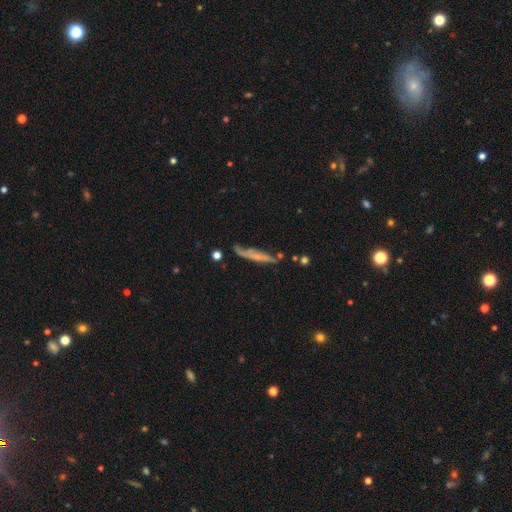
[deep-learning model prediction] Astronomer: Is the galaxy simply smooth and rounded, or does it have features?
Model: featured or disk — 52% (runner-up: smooth, 40%).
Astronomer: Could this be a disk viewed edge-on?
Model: yes — 70%.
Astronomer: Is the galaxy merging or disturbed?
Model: none — 57%.